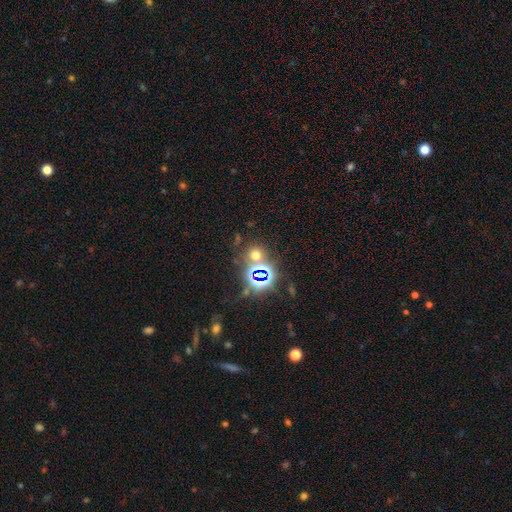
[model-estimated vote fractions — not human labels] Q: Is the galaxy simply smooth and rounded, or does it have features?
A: star or artifact — 47%.